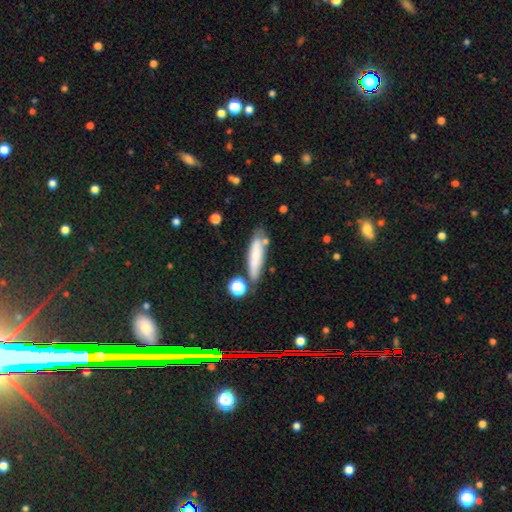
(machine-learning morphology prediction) Smooth or featured: smooth — 70% (featured or disk — 22%)
How rounded: cigar-shaped — 73% (in between — 25%)
Merging: none — 69% (minor disturbance — 18%)